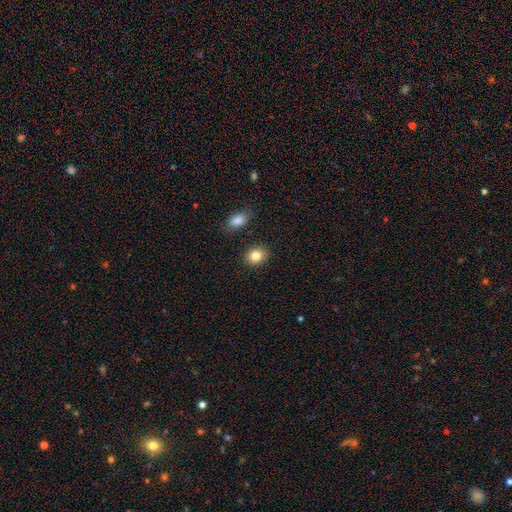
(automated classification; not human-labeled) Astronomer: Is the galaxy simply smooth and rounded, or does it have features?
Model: smooth — 83%.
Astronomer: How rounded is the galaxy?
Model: in between — 53% (runner-up: round, 46%).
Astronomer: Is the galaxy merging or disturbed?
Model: none — 86%.